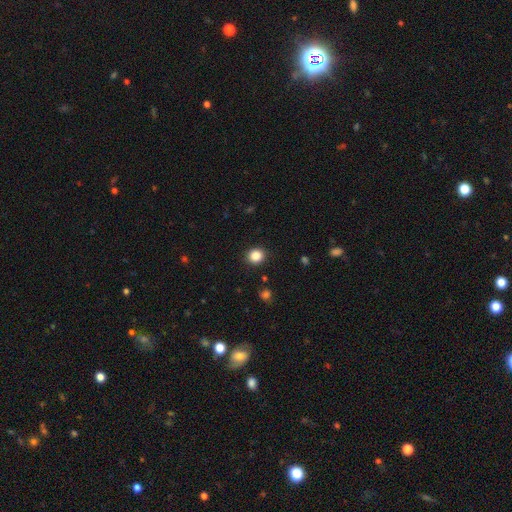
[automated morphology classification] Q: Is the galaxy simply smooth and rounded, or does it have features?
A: smooth — 85%.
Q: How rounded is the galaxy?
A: round — 83%.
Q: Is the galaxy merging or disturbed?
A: none — 91%.